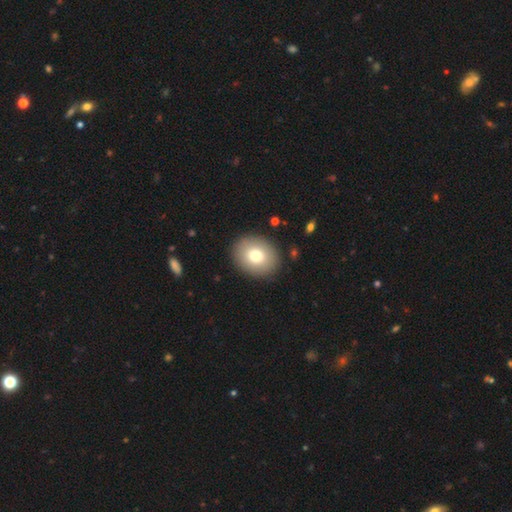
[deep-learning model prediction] This appears to be a smooth galaxy with no disk features (77%) that is round (56%). Merging: none (89%).